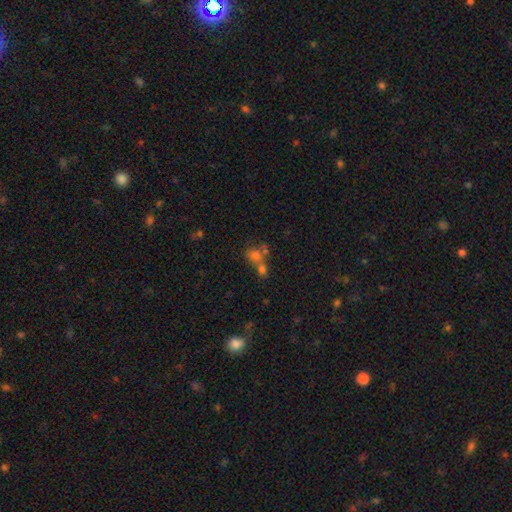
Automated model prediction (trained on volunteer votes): Smooth or featured? smooth (65%)
How rounded? round (62%)
Merging? merger (54%)